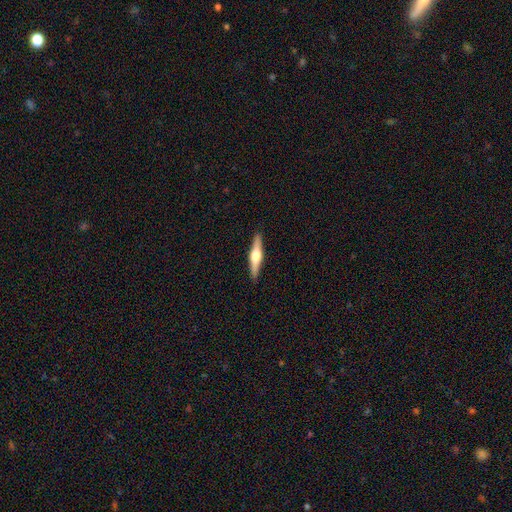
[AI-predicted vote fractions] featured or disk 66%, smooth 29%, star or artifact 5%. Down the decision tree: edge-on disk — yes (97%); edge-on bulge — rounded (93%); merging — none (91%).